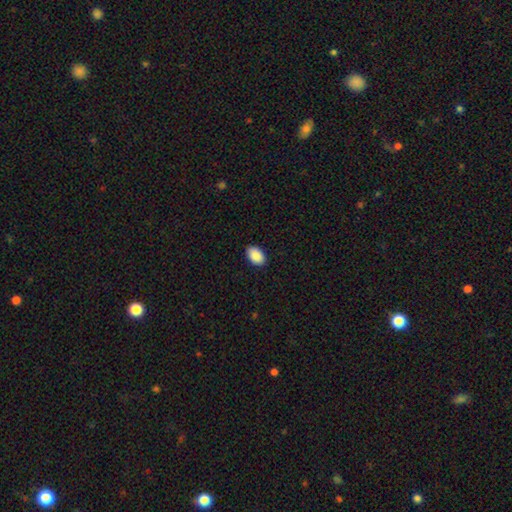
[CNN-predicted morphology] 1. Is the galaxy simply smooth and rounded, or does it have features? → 90% smooth, 6% star or artifact, 3% featured or disk.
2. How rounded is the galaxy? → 90% in between, 9% round, 1% cigar-shaped.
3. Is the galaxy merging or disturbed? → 90% none, 8% minor disturbance, 2% major disturbance, 1% merger.